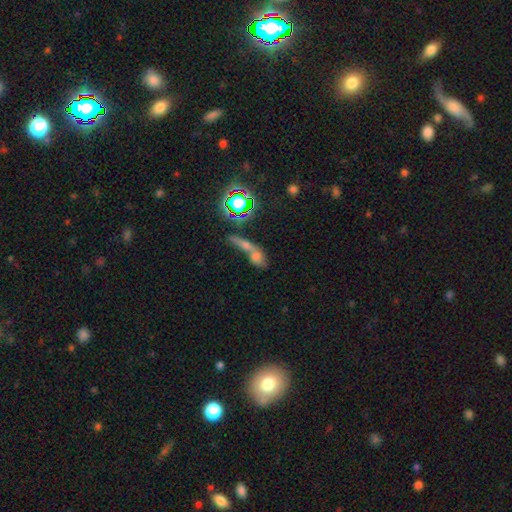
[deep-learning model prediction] Smooth or featured?
  - smooth: 53% *
  - star or artifact: 24%
  - featured or disk: 23%
How rounded?
  - in between: 53% *
  - cigar-shaped: 24%
  - round: 23%
Merging?
  - merger: 66% *
  - none: 20%
  - major disturbance: 7%
  - minor disturbance: 7%